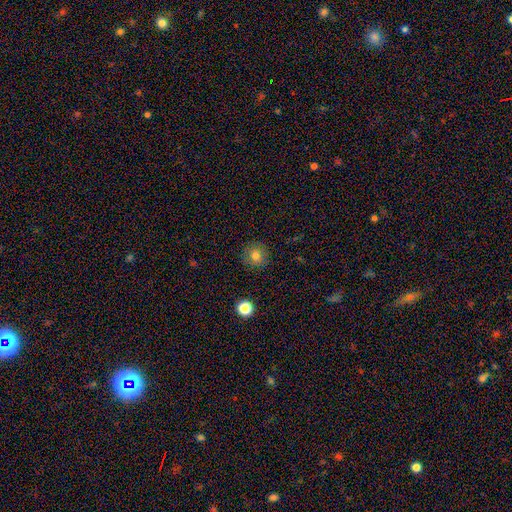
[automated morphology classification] Overall: smooth (78%). How rounded: round (92%). Merging: none (89%).